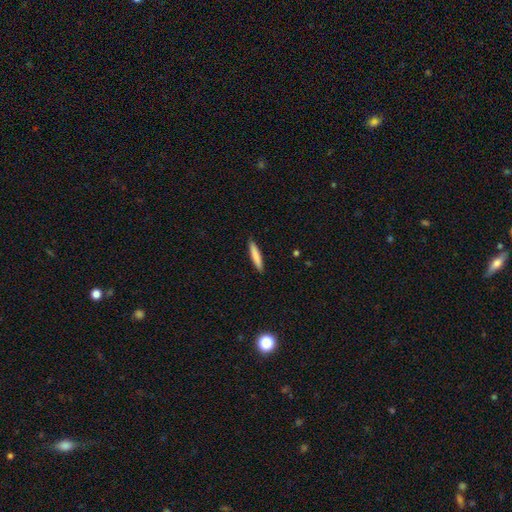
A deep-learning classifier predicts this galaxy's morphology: This is clearly a smooth galaxy (81%). How rounded: clearly cigar-shaped (91%). Merging: clearly none (91%).